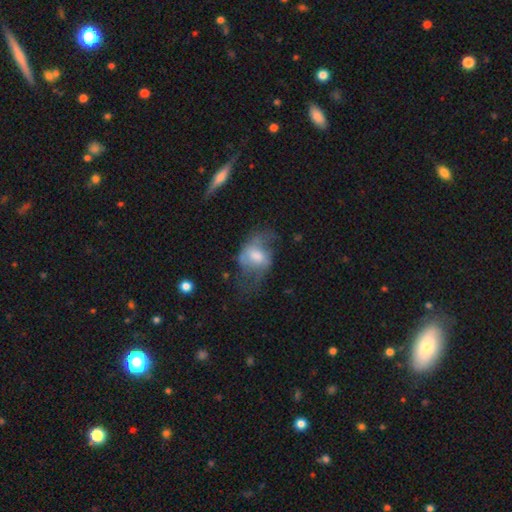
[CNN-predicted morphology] A featured or disk galaxy (47%). Merging: major disturbance (37%).